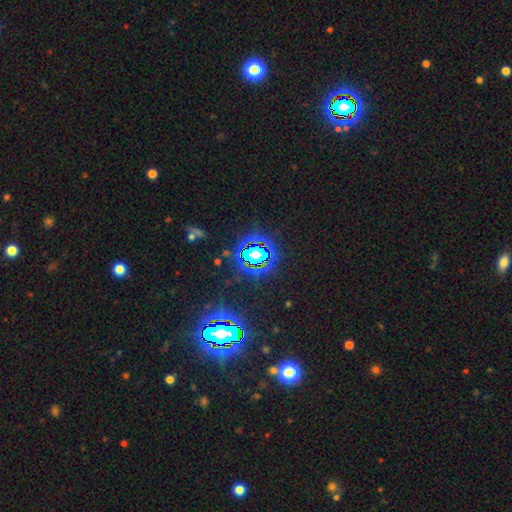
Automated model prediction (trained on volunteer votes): Overall: star or artifact (77%).